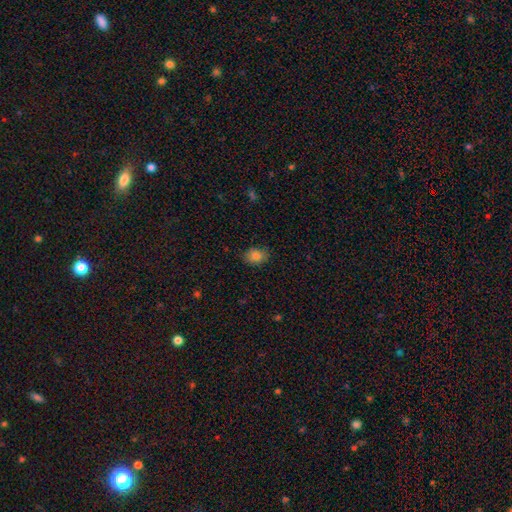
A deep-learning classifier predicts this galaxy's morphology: This appears to be a smooth galaxy with no disk features (84%) that is in between round and cigar-shaped (64%). Merging: none (84%).